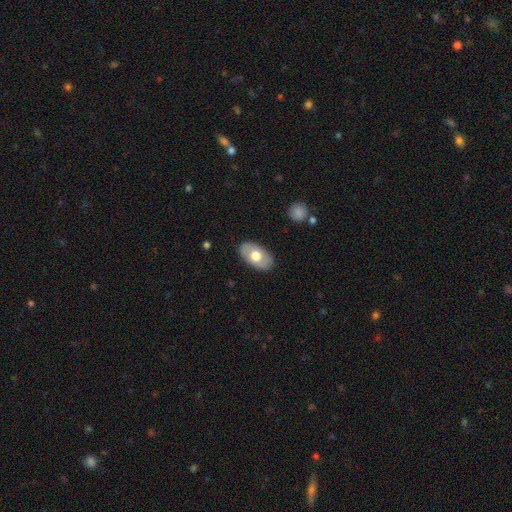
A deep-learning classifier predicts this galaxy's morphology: Smooth or featured: smooth — 57% (featured or disk — 38%)
How rounded: in between — 93% (round — 5%)
Merging: none — 85% (minor disturbance — 11%)